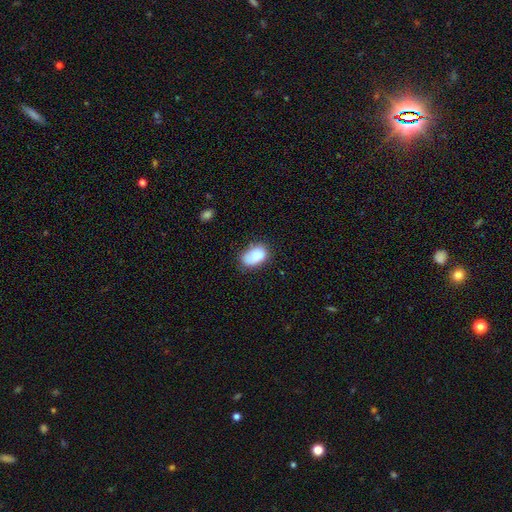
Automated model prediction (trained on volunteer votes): This is clearly a smooth galaxy (85%). How rounded: clearly in between (88%). Merging: likely none (62%).